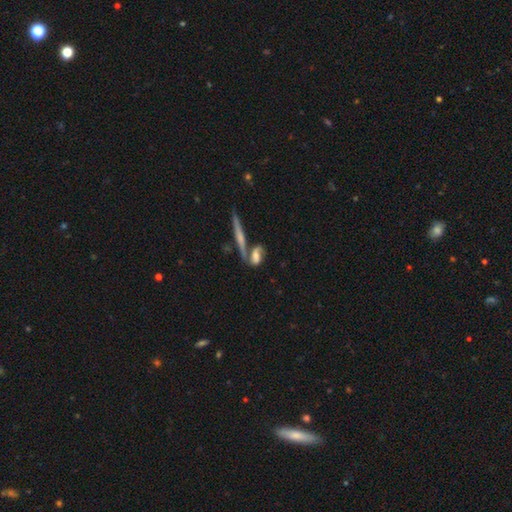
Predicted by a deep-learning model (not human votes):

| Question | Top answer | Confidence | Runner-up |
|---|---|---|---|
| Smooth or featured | smooth | 47% | featured or disk (44%) |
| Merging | none | 45% | merger (32%) |